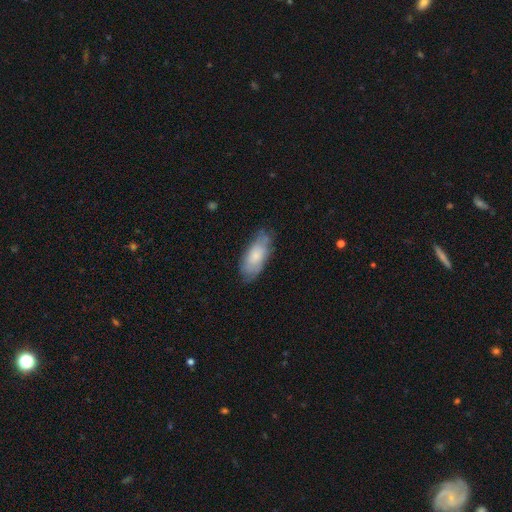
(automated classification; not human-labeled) Smooth or featured? Predicted: smooth (p=0.69). How rounded? Predicted: in between (p=0.85). Merging? Predicted: none (p=0.69).